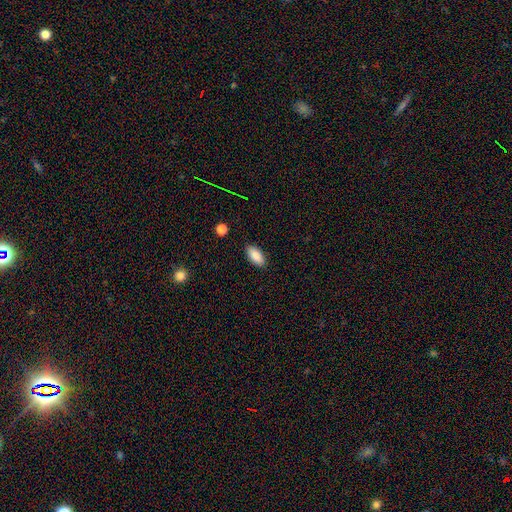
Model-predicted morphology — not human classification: This appears to be a smooth galaxy with no disk features (88%) that is in between round and cigar-shaped (92%). Merging: none (88%).